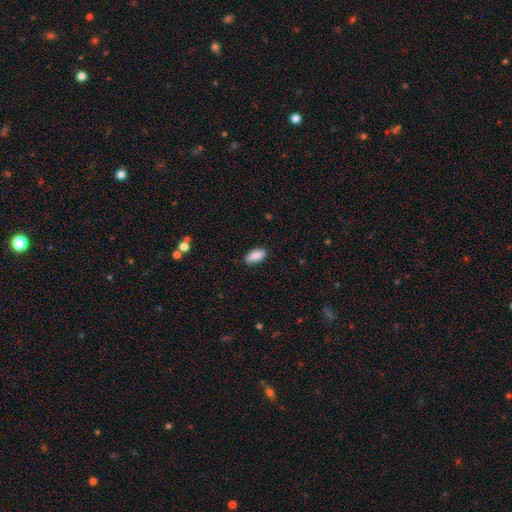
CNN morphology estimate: This is clearly a smooth galaxy (88%). How rounded: clearly in between (86%). Merging: clearly none (85%).